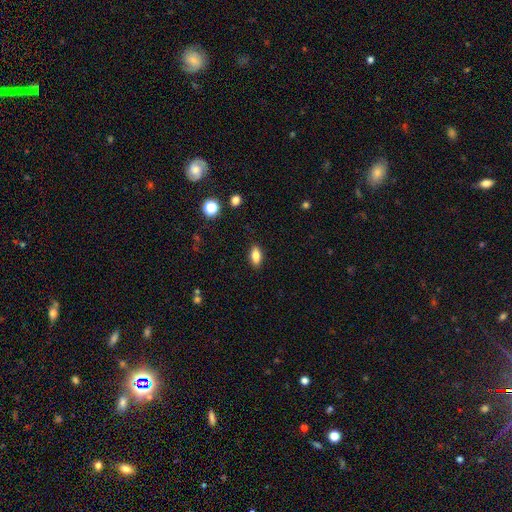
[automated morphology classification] Overall: smooth (83%). How rounded: in between (87%). Merging: none (88%).